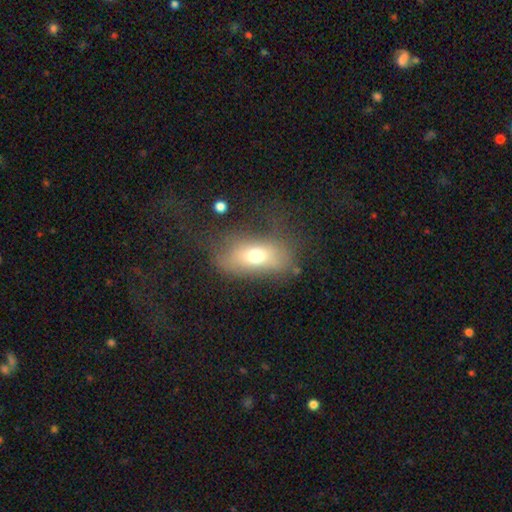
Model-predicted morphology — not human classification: Smooth or featured? Predicted: smooth (p=0.65). How rounded? Predicted: in between (p=0.84). Merging? Predicted: none (p=0.47).